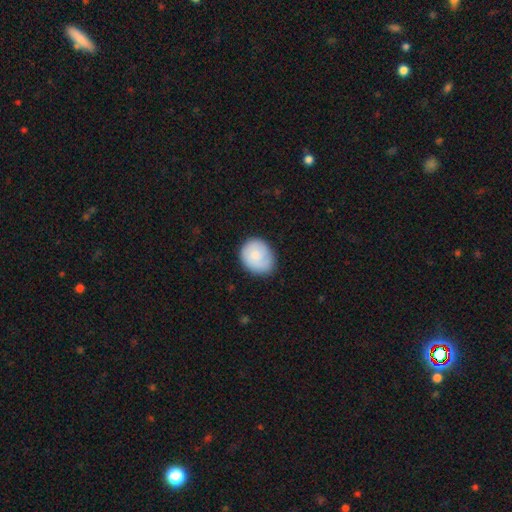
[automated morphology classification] Smooth or featured: smooth — 76% (featured or disk — 18%)
How rounded: round — 59% (in between — 40%)
Merging: none — 74% (minor disturbance — 20%)